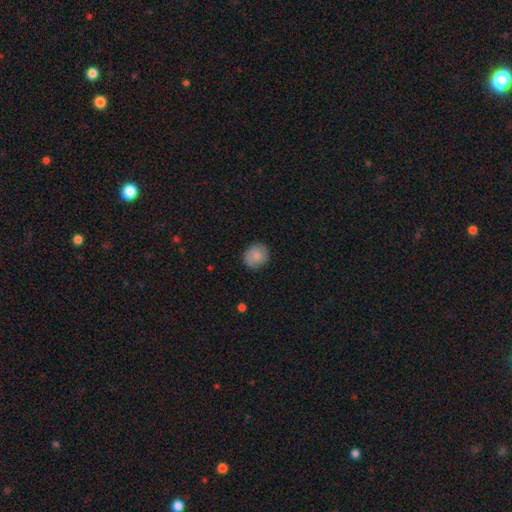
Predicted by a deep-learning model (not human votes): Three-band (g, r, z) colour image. It shows a smooth galaxy with no disk features (81%) that is round (78%). Merging: none (84%).